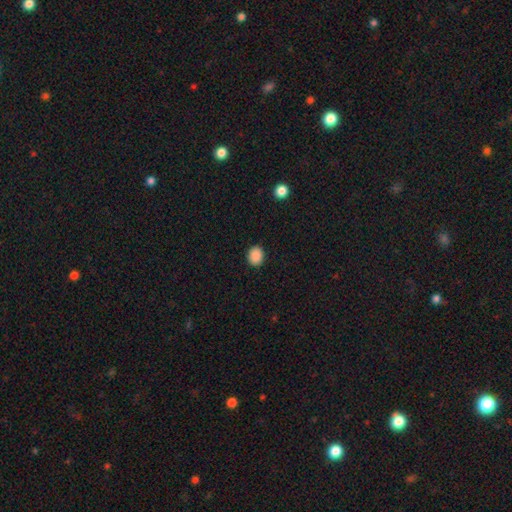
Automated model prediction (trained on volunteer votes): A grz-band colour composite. It shows a smooth galaxy with no disk features (89%) that is round (54%). Merging: none (90%).